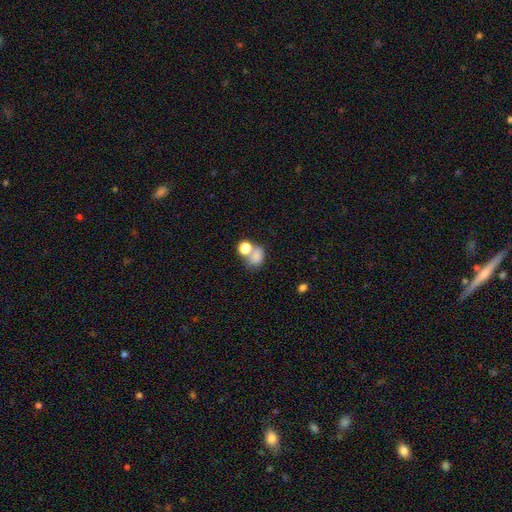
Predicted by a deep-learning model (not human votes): Smooth or featured: smooth — 77% (star or artifact — 13%)
How rounded: in between — 54% (round — 45%)
Merging: merger — 41% (none — 38%)